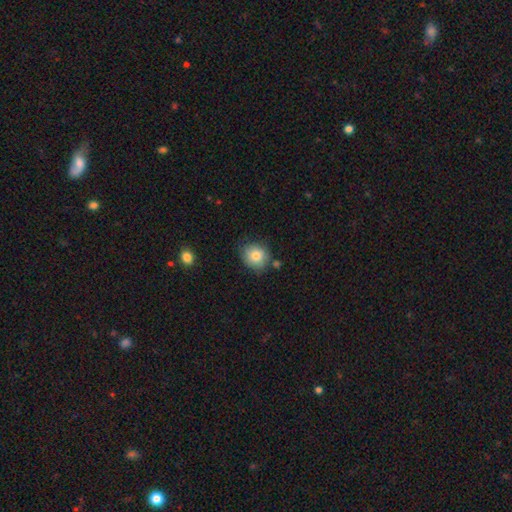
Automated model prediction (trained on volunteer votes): Overall: smooth (81%). How rounded: round (82%). Merging: none (74%).